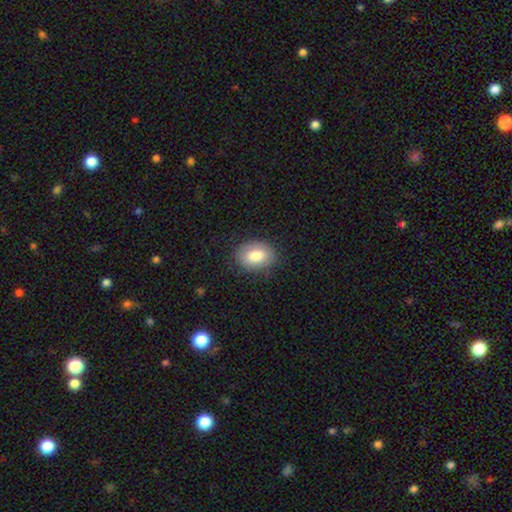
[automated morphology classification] A smooth galaxy with no disk features (81%) that is in between round and cigar-shaped (78%).

Vote fractions:
- Smooth or featured? smooth: 81% / featured or disk: 12% / star or artifact: 7%
- How rounded? in between: 78% / round: 21% / cigar-shaped: 1%
- Merging? none: 81% / minor disturbance: 14% / major disturbance: 4% / merger: 1%